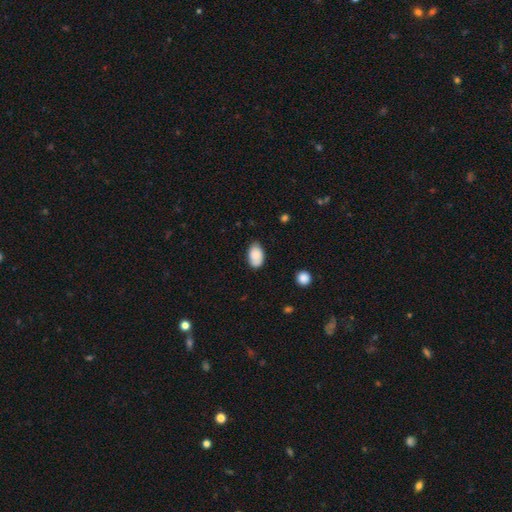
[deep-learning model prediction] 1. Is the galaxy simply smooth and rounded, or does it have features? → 87% smooth, 7% star or artifact, 6% featured or disk.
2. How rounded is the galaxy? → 92% in between, 7% round, 1% cigar-shaped.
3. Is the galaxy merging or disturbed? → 75% none, 20% minor disturbance, 3% major disturbance, 2% merger.